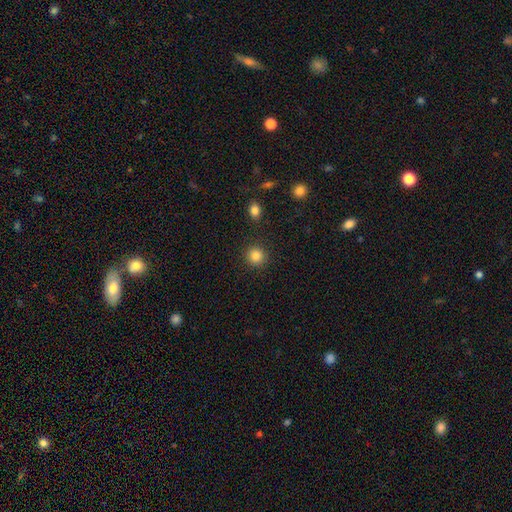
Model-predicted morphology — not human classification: Smooth or featured?
  - smooth: 85% *
  - star or artifact: 10%
  - featured or disk: 4%
How rounded?
  - round: 92% *
  - in between: 7%
  - cigar-shaped: 1%
Merging?
  - none: 91% *
  - minor disturbance: 5%
  - major disturbance: 2%
  - merger: 2%